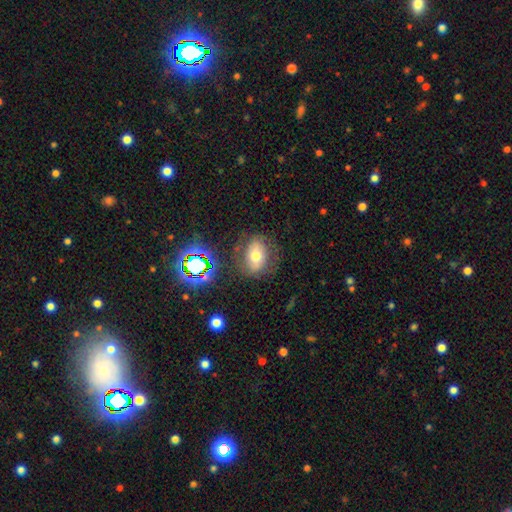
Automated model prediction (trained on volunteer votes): Smooth or featured? smooth (54%)
How rounded? in between (68%)
Merging? none (73%)